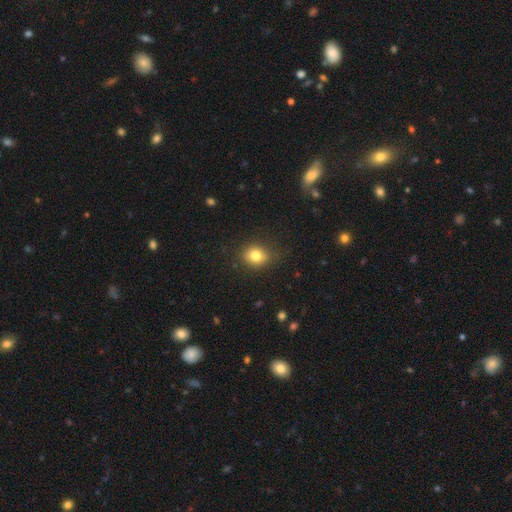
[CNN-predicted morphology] type=smooth (81%); roundness=round (65%); merging=none (80%).